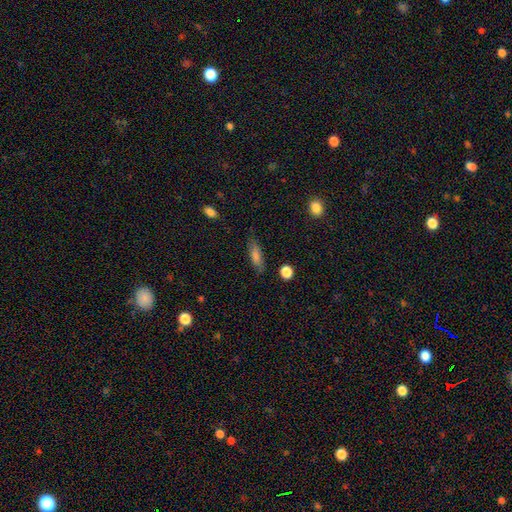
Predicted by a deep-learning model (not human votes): The model was most divided on "how rounded": in between: 50%, cigar-shaped: 46%, round: 3%. More confident: merging — none (80%); smooth or featured — smooth (73%).